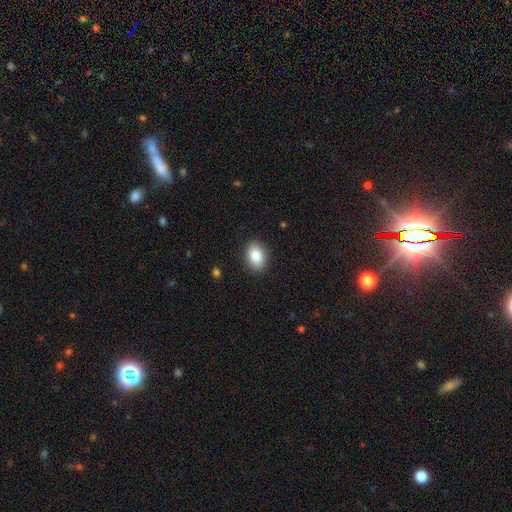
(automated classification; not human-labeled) Smooth or featured?
  - smooth: 85% *
  - star or artifact: 8%
  - featured or disk: 8%
How rounded?
  - in between: 80% *
  - round: 19%
  - cigar-shaped: 1%
Merging?
  - none: 89% *
  - minor disturbance: 8%
  - major disturbance: 2%
  - merger: 1%